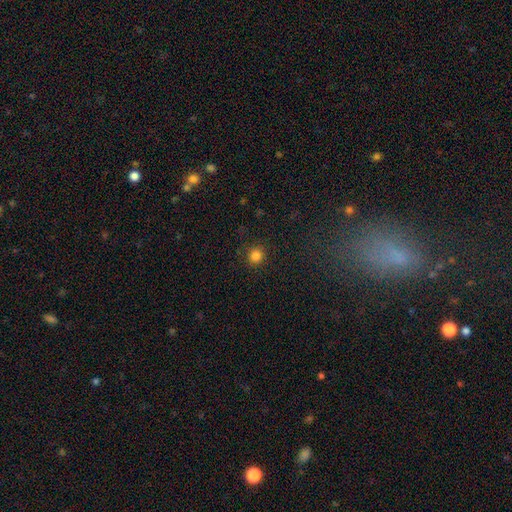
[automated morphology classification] smooth 83%, star or artifact 13%, featured or disk 4%. Down the decision tree: how rounded — round (94%); merging — none (90%).